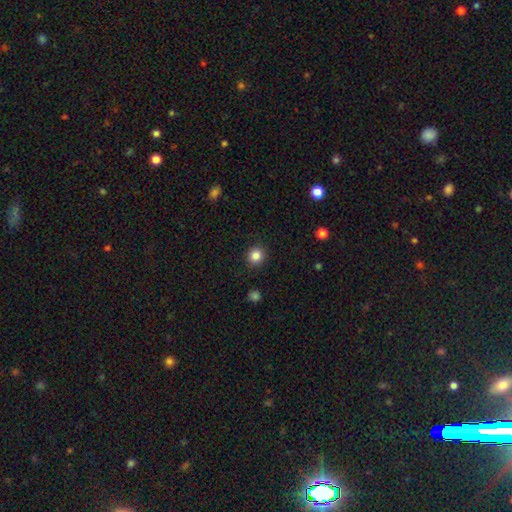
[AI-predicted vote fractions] Smooth or featured?
  - smooth: 85% *
  - star or artifact: 11%
  - featured or disk: 4%
How rounded?
  - round: 90% *
  - in between: 9%
  - cigar-shaped: 1%
Merging?
  - none: 91% *
  - minor disturbance: 6%
  - major disturbance: 2%
  - merger: 1%